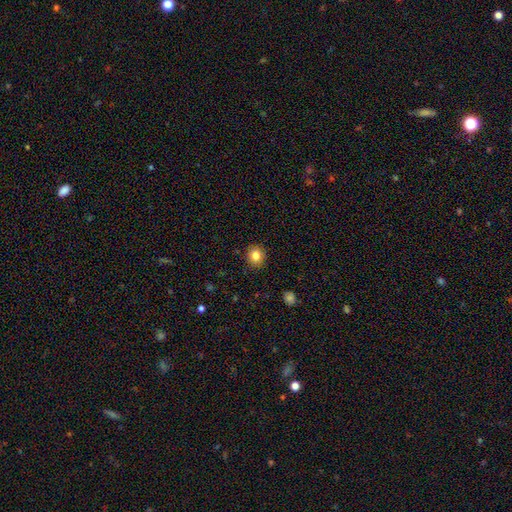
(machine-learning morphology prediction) Smooth or featured: smooth — 82% (star or artifact — 11%)
How rounded: round — 84% (in between — 15%)
Merging: none — 90% (minor disturbance — 7%)